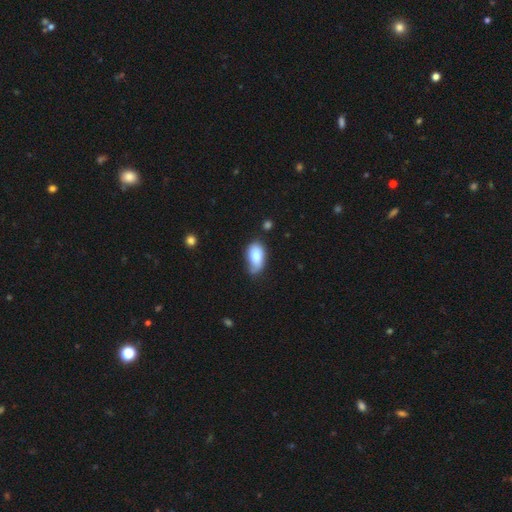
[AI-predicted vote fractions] The model was most divided on "merging": none: 49%, minor disturbance: 37%, major disturbance: 10%, merger: 5%. More confident: how rounded — in between (93%); smooth or featured — smooth (81%).